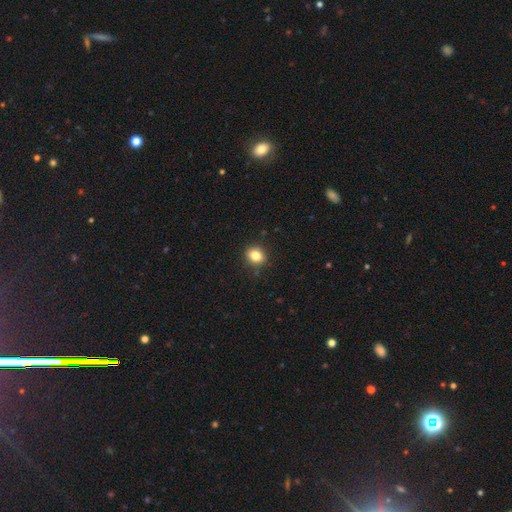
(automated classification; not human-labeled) Smooth or featured?
  - smooth: 82% *
  - star or artifact: 11%
  - featured or disk: 7%
How rounded?
  - round: 68% *
  - in between: 31%
  - cigar-shaped: 1%
Merging?
  - none: 87% *
  - minor disturbance: 10%
  - major disturbance: 2%
  - merger: 1%